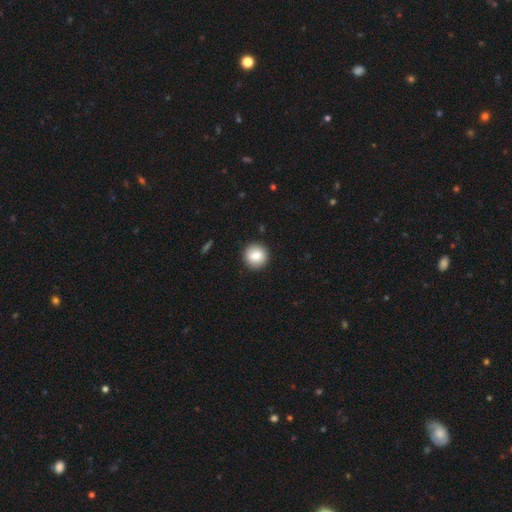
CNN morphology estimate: smooth 84%, featured or disk 8%, star or artifact 8%. Down the decision tree: how rounded — round (94%); merging — none (92%).